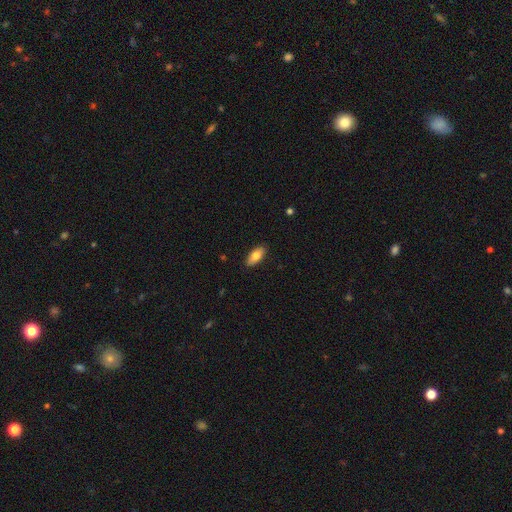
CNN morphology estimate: A smooth galaxy with no disk features (78%) that is in between round and cigar-shaped (85%). Merging: none (88%).